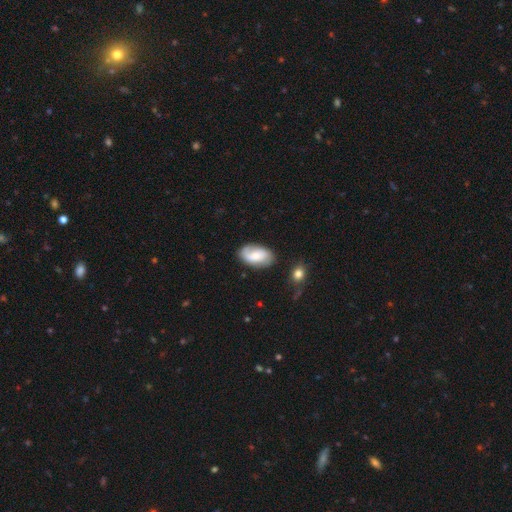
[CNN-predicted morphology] A featured or disk galaxy (48%).

Vote fractions:
- Smooth or featured? featured or disk: 48% / smooth: 45% / star or artifact: 7%
- Merging? none: 73% / minor disturbance: 18% / major disturbance: 5% / merger: 3%